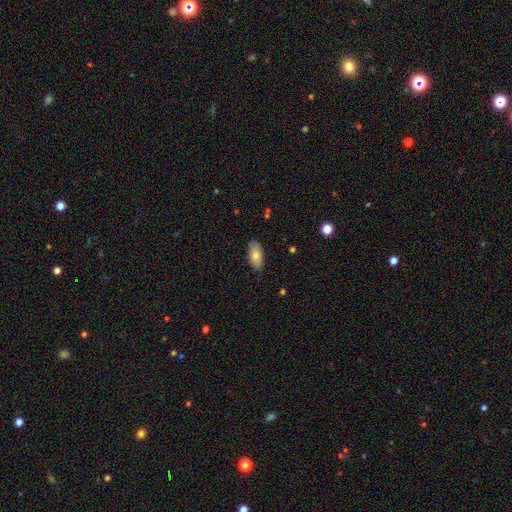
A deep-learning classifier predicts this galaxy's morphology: Overall: smooth (80%). How rounded: in between (87%). Merging: none (85%).